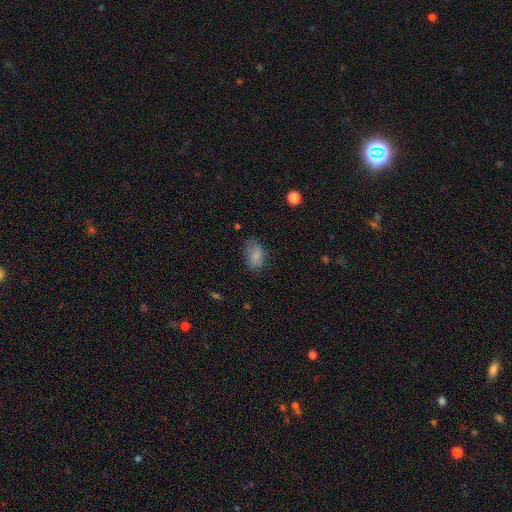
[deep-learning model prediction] A smooth galaxy with no disk features (81%) that is in between round and cigar-shaped (86%).

Vote fractions:
- Smooth or featured? smooth: 81% / star or artifact: 10% / featured or disk: 10%
- How rounded? in between: 86% / round: 13% / cigar-shaped: 1%
- Merging? none: 64% / minor disturbance: 26% / major disturbance: 9% / merger: 2%